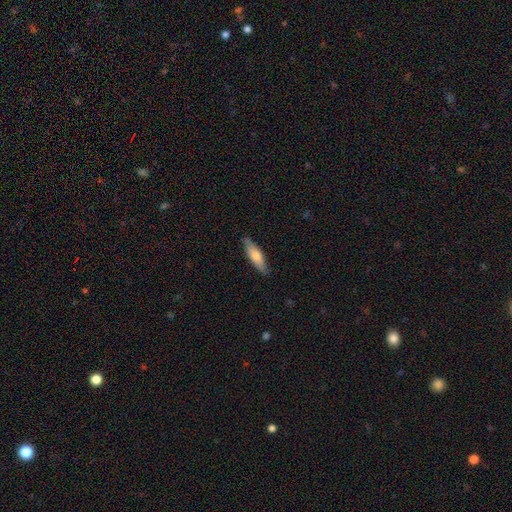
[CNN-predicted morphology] smooth-or-featured: smooth: 64% | featured or disk: 31% | star or artifact: 5%
  how-rounded: cigar-shaped: 60% | in between: 38% | round: 2%
  merging: none: 83% | minor disturbance: 14% | major disturbance: 2% | merger: 1%